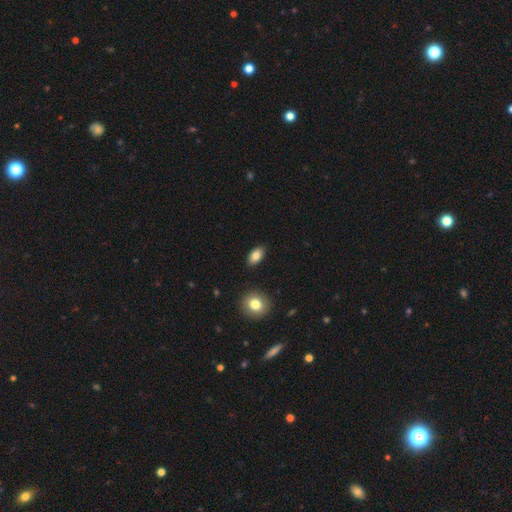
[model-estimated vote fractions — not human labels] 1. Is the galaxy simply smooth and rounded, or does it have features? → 83% smooth, 8% featured or disk, 8% star or artifact.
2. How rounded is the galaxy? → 90% in between, 7% round, 3% cigar-shaped.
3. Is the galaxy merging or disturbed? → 88% none, 8% minor disturbance, 2% major disturbance, 2% merger.